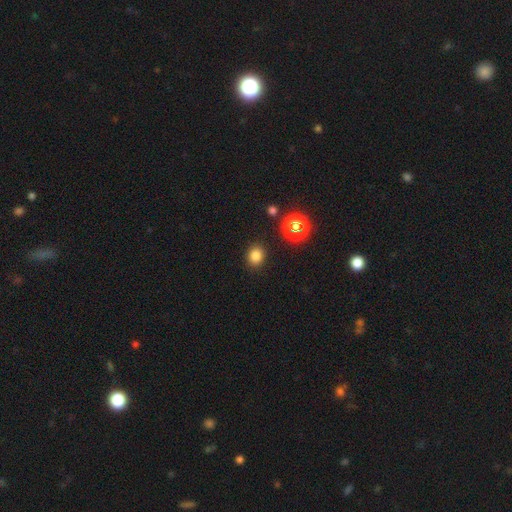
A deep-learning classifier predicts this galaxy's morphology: Smooth or featured? Predicted: smooth (p=0.80). How rounded? Predicted: round (p=0.68). Merging? Predicted: none (p=0.89).